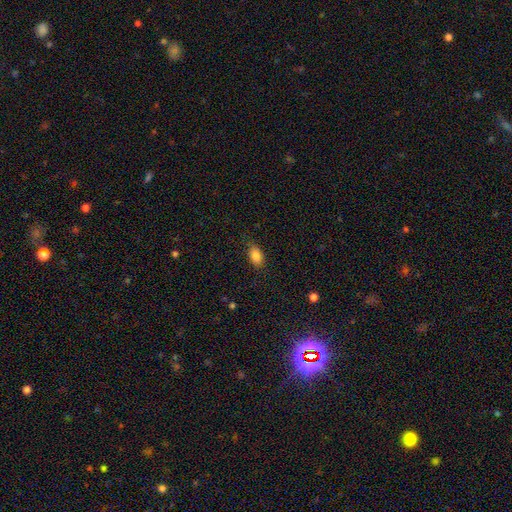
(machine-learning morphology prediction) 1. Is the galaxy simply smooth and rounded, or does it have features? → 86% smooth, 9% star or artifact, 6% featured or disk.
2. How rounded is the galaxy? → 89% in between, 7% round, 4% cigar-shaped.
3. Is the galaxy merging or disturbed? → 81% none, 14% minor disturbance, 3% major disturbance, 1% merger.